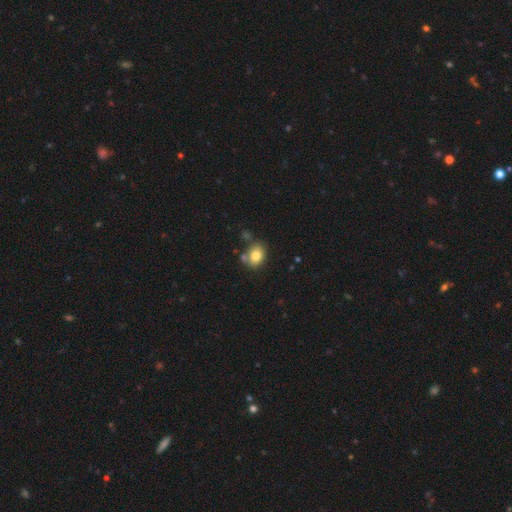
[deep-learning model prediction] Smooth or featured: smooth — 80% (featured or disk — 10%)
How rounded: in between — 57% (round — 42%)
Merging: none — 63% (minor disturbance — 17%)